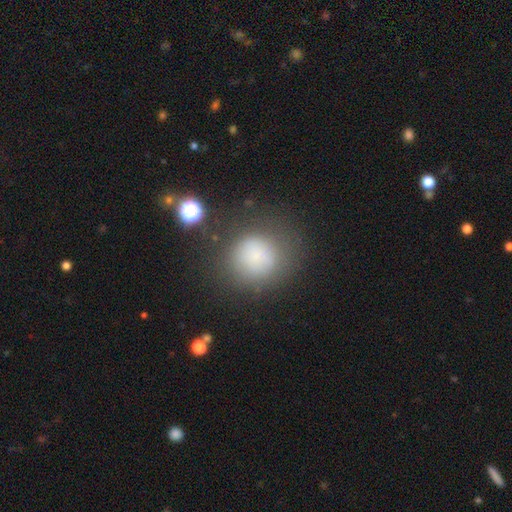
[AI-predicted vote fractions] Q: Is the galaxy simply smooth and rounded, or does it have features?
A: smooth — 76%.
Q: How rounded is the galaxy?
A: round — 83%.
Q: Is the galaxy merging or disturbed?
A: none — 67%.